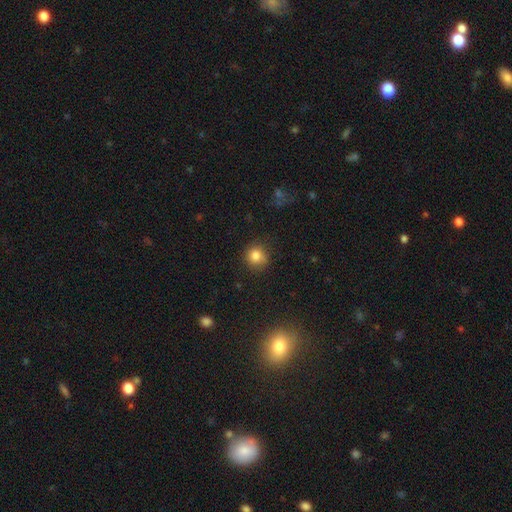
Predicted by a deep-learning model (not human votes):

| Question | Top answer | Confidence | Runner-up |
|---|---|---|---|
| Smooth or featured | smooth | 83% | star or artifact (12%) |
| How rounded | round | 89% | in between (10%) |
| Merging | none | 81% | minor disturbance (13%) |